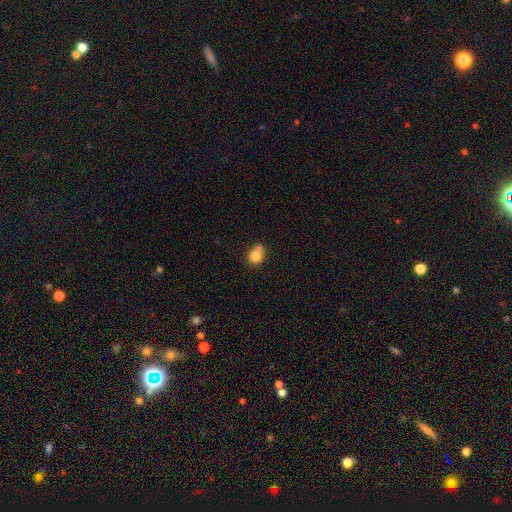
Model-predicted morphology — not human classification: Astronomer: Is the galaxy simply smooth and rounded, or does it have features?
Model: smooth — 80%.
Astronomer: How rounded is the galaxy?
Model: round — 74%.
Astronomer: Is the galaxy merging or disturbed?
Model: none — 50% (runner-up: merger, 29%).